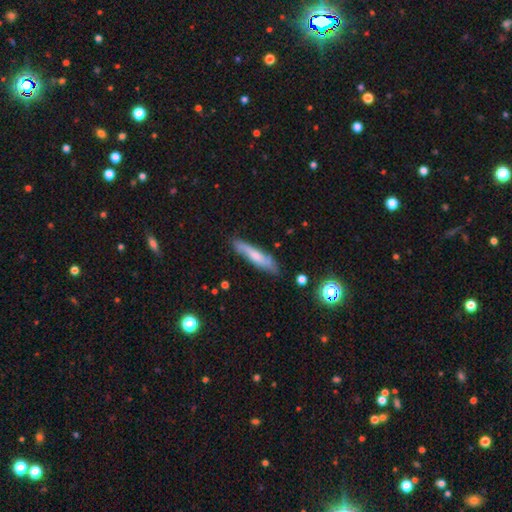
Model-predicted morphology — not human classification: smooth-or-featured: smooth: 60% | featured or disk: 33% | star or artifact: 7%
  how-rounded: cigar-shaped: 86% | in between: 13% | round: 2%
  merging: none: 78% | minor disturbance: 17% | major disturbance: 3% | merger: 2%